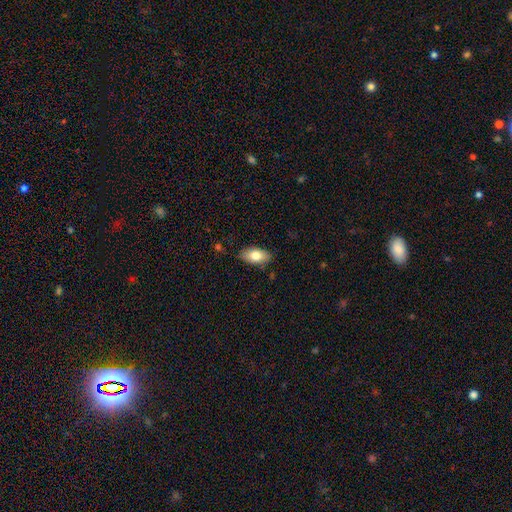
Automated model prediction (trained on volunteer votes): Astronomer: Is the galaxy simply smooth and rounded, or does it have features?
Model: smooth — 79%.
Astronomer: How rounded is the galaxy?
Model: in between — 92%.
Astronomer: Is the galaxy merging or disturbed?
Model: none — 82%.